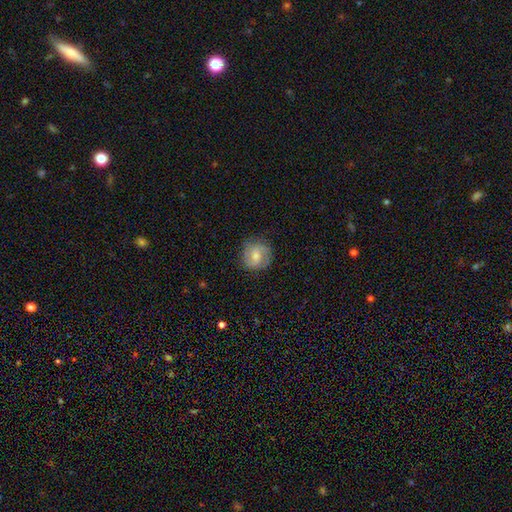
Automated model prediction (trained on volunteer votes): smooth_or_featured: featured or disk (p=0.51) [alt: smooth p=0.40]
disk_edge_on: no (p=0.97) [alt: yes p=0.03]
merging: none (p=0.81) [alt: minor disturbance p=0.14]